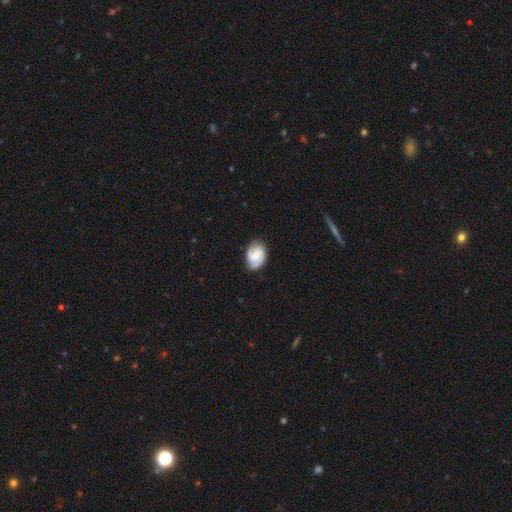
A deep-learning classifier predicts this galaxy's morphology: featured or disk 72%, smooth 22%, star or artifact 6%. Down the decision tree: edge-on disk — no (98%); bar — no (47%); spiral arms — yes (95%); spiral arm count — 2 (75%); spiral winding — tight (43%, tied with medium); bulge size — small (48%); merging — none (76%).